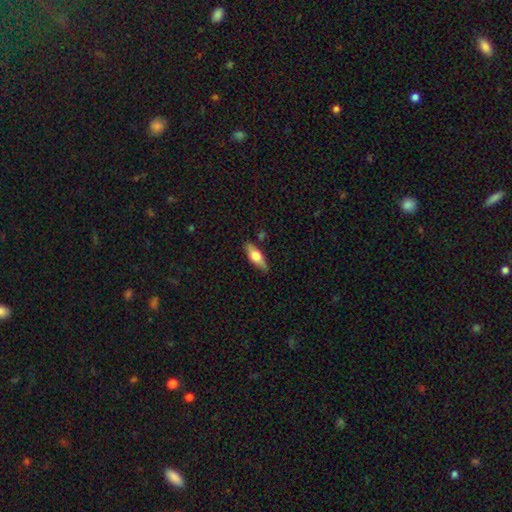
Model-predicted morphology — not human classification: Overall: smooth (59%; featured or disk 35%). How rounded: in between (60%; cigar-shaped 37%). Merging: none (83%).